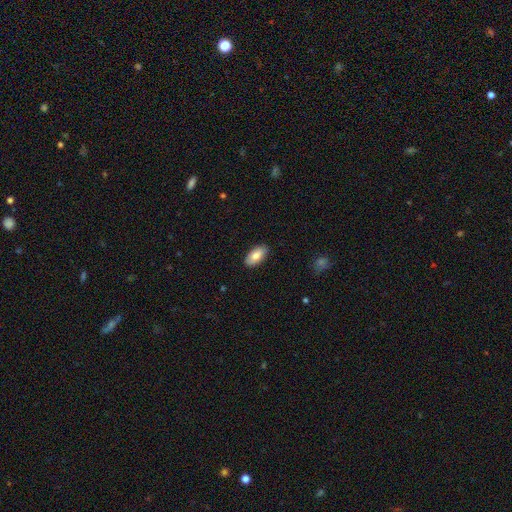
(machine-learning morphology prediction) Smooth or featured? Predicted: smooth (p=0.79). How rounded? Predicted: in between (p=0.93). Merging? Predicted: none (p=0.87).